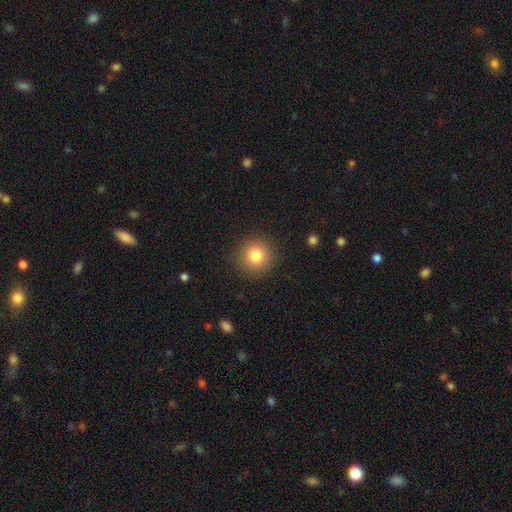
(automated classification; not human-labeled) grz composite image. It shows a smooth galaxy with no disk features (81%) that is round (94%). Merging: none (90%).